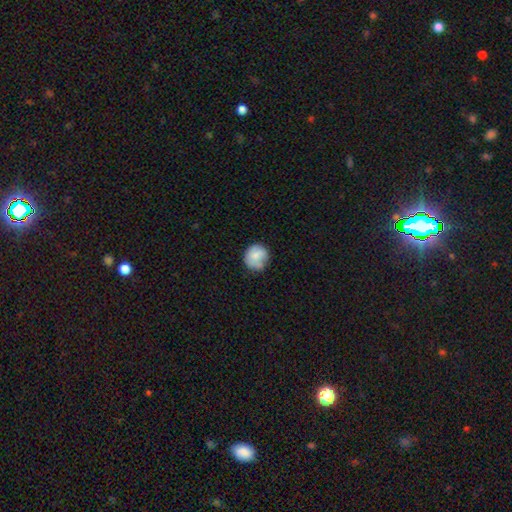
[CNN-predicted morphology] A smooth galaxy with no disk features (75%) that is round (85%).

Vote fractions:
- Smooth or featured? smooth: 75% / featured or disk: 17% / star or artifact: 7%
- How rounded? round: 85% / in between: 14% / cigar-shaped: 1%
- Merging? none: 63% / minor disturbance: 27% / major disturbance: 7% / merger: 4%